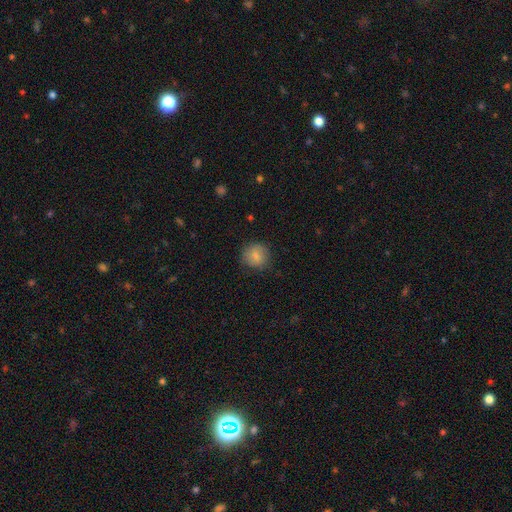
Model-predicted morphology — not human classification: smooth 80%, featured or disk 11%, star or artifact 8%. Down the decision tree: how rounded — round (85%); merging — none (80%).